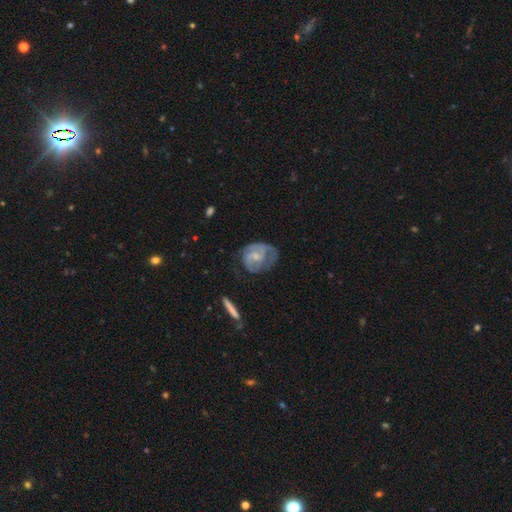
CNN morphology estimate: The model was most divided on "spiral winding" (2-way tie): tight: 42%, medium: 42%, loose: 16%. Remaining: edge-on disk — no (97%); spiral arms — yes (84%); smooth or featured — featured or disk (68%); bulge size — small (55%); bar — no (54%); spiral arm count — 2 (53%); merging — none (50%).